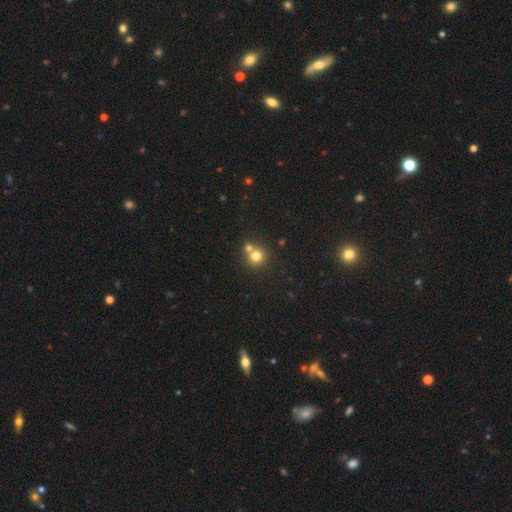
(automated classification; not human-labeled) Smooth or featured? smooth (77%)
How rounded? round (90%)
Merging? none (54%)